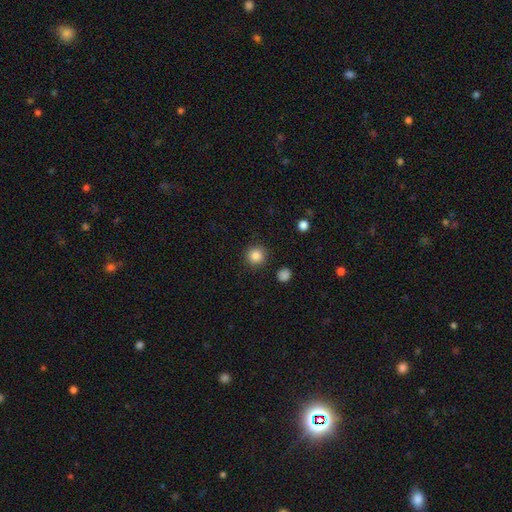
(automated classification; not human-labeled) smooth-or-featured: smooth: 86% | star or artifact: 10% | featured or disk: 4%
  how-rounded: round: 94% | in between: 5% | cigar-shaped: 1%
  merging: none: 91% | minor disturbance: 5% | major disturbance: 2% | merger: 2%